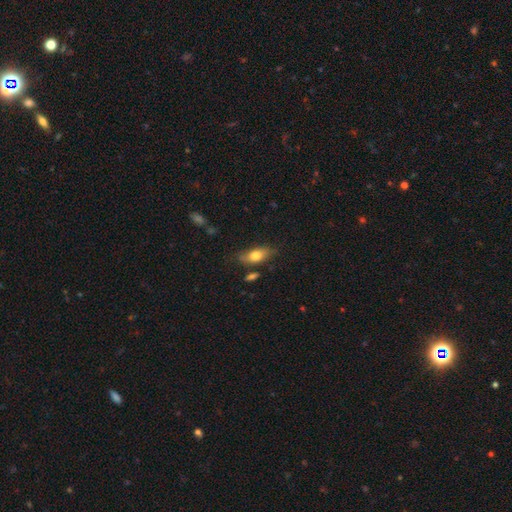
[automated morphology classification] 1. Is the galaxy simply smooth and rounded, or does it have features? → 74% smooth, 19% featured or disk, 7% star or artifact.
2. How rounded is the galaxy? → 81% in between, 14% cigar-shaped, 5% round.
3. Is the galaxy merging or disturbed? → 70% none, 21% minor disturbance, 5% major disturbance, 5% merger.